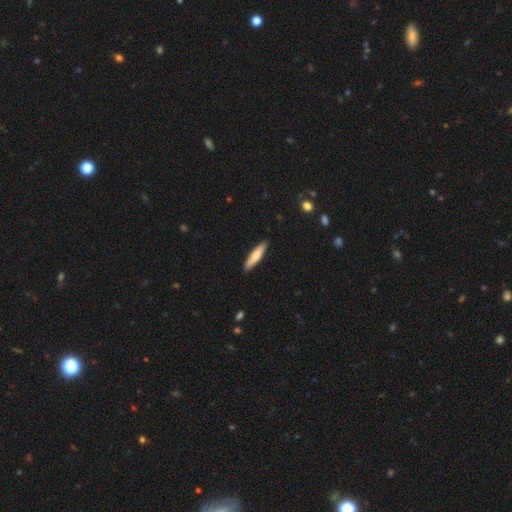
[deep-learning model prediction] smooth 71%, featured or disk 24%, star or artifact 5%. Down the decision tree: how rounded — cigar-shaped (82%); merging — none (89%).